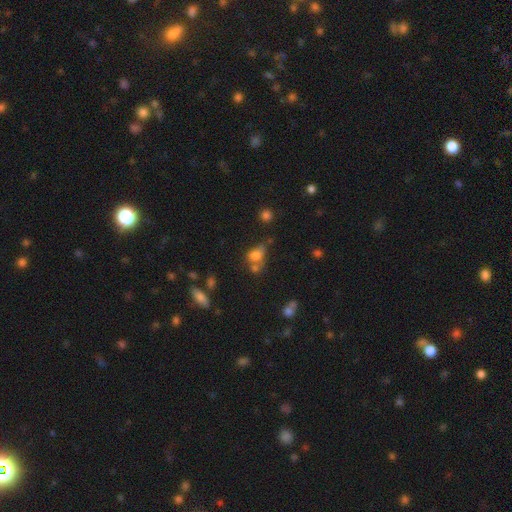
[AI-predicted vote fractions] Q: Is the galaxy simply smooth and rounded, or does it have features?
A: smooth — 71%.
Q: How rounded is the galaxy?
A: in between — 60%.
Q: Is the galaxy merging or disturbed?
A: none — 37%.